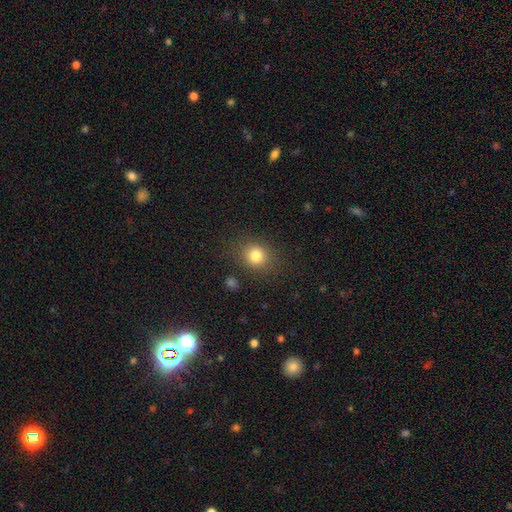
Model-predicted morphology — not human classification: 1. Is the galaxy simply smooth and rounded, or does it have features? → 81% smooth, 12% star or artifact, 7% featured or disk.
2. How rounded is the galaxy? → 76% round, 23% in between, 1% cigar-shaped.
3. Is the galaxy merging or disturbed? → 83% none, 10% minor disturbance, 4% major disturbance, 2% merger.